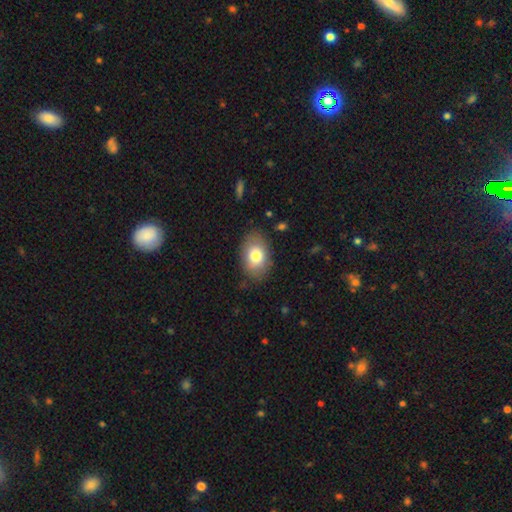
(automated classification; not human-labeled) This is likely a smooth galaxy (78%). How rounded: clearly in between (84%). Merging: clearly none (81%).